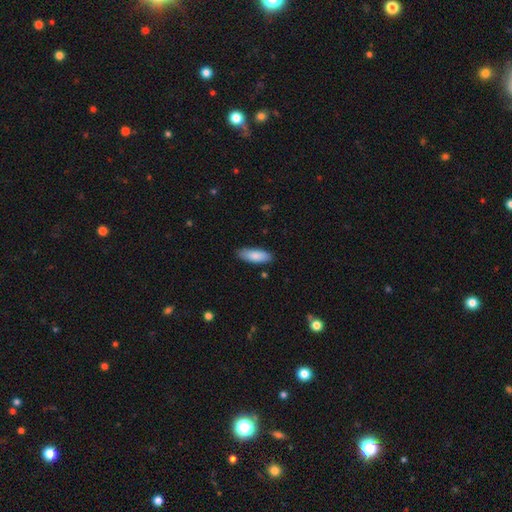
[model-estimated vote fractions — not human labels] smooth 85%, featured or disk 9%, star or artifact 6%. Down the decision tree: how rounded — in between (67%); merging — none (84%).